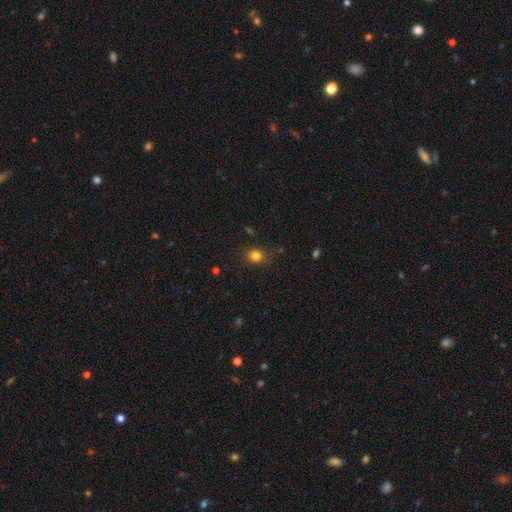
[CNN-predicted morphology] Smooth or featured? Predicted: smooth (p=0.81). How rounded? Predicted: round (p=0.74). Merging? Predicted: none (p=0.85).